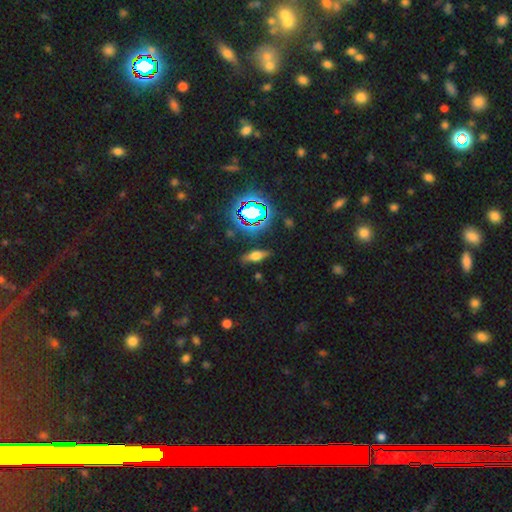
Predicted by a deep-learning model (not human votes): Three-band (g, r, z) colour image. It shows a smooth galaxy with no disk features (42%). Merging: none (82%).